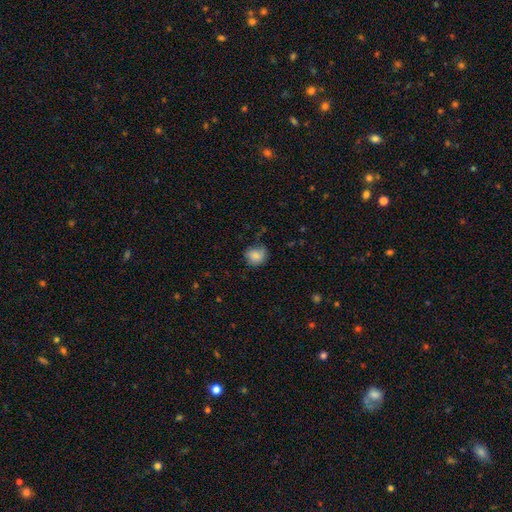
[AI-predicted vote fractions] The model was most divided on "merging": none: 67%, minor disturbance: 25%, major disturbance: 6%, merger: 2%. More confident: smooth or featured — smooth (82%); how rounded — round (75%).